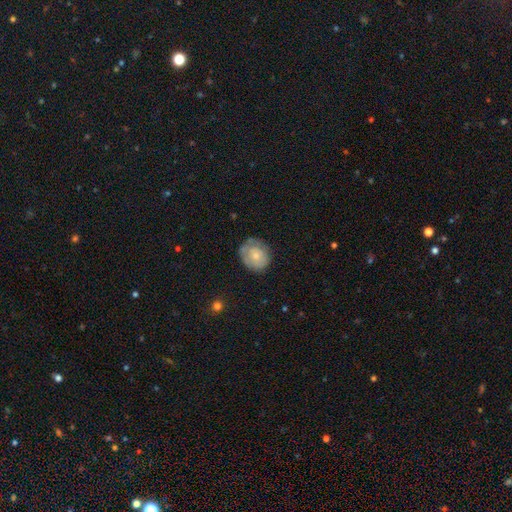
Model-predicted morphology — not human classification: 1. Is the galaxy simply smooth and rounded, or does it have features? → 63% smooth, 30% featured or disk, 7% star or artifact.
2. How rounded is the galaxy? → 73% round, 26% in between, 1% cigar-shaped.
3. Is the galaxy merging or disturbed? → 66% none, 24% minor disturbance, 8% major disturbance, 2% merger.